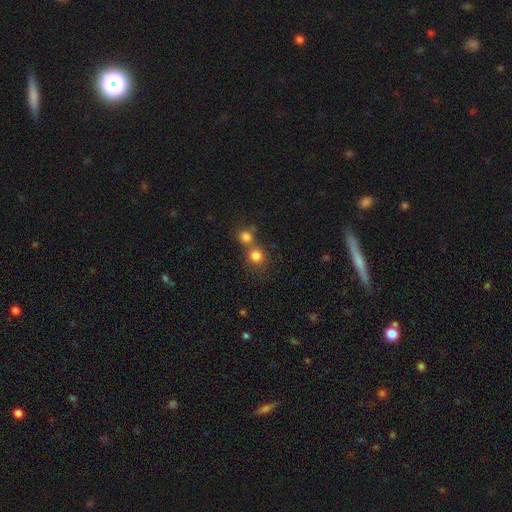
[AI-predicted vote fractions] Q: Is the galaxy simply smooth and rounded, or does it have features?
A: smooth — 80%.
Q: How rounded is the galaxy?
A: round — 89%.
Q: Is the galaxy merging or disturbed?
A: none — 54%.